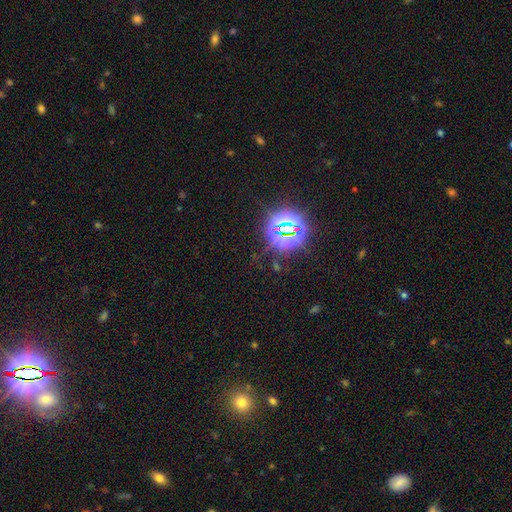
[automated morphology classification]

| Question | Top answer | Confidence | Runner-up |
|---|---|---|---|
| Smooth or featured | star or artifact | 79% | smooth (13%) |